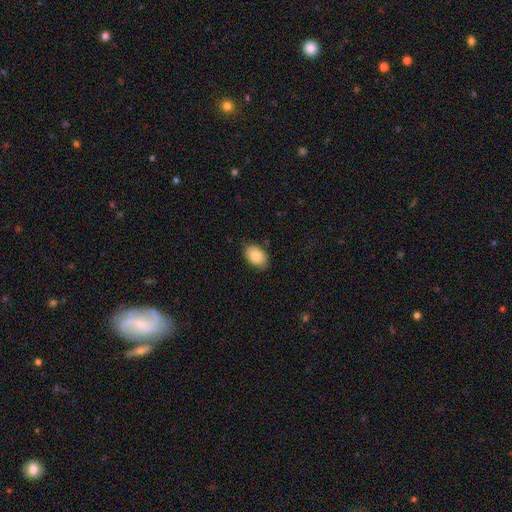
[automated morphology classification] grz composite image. It shows a smooth galaxy with no disk features (84%) that is in between round and cigar-shaped (86%). Merging: none (82%).